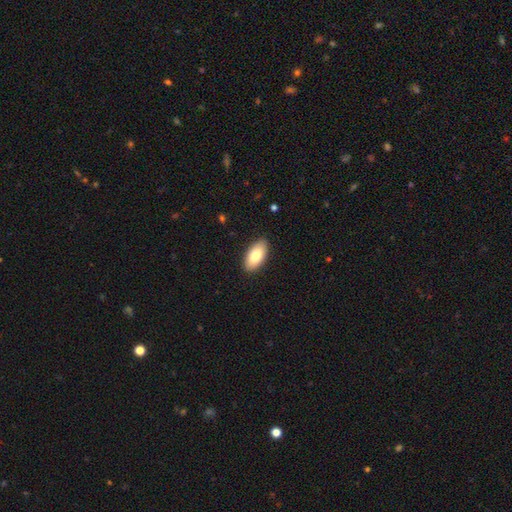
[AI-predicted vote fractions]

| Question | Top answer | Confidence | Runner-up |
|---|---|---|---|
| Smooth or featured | smooth | 81% | featured or disk (13%) |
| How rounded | in between | 94% | cigar-shaped (4%) |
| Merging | none | 88% | minor disturbance (9%) |